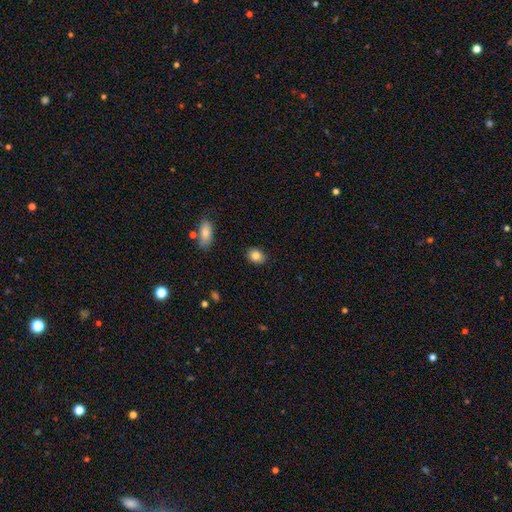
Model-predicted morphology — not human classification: Overall: smooth (84%). How rounded: in between (57%; round 42%). Merging: none (87%).